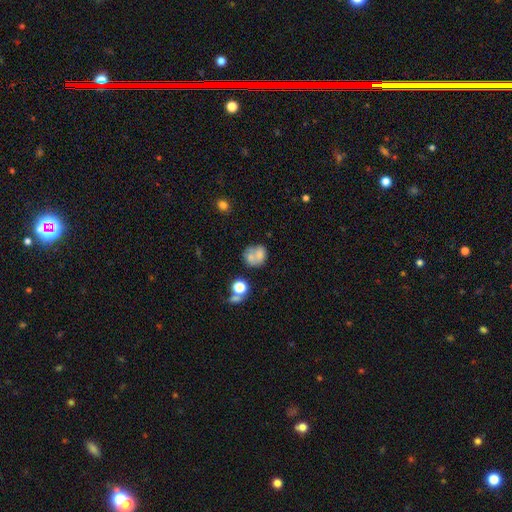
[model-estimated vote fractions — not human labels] A smooth galaxy with no disk features (62%) that is round (63%).

Vote fractions:
- Smooth or featured? smooth: 62% / featured or disk: 26% / star or artifact: 12%
- How rounded? round: 63% / in between: 36% / cigar-shaped: 1%
- Merging? merger: 39% / none: 35% / minor disturbance: 15% / major disturbance: 10%